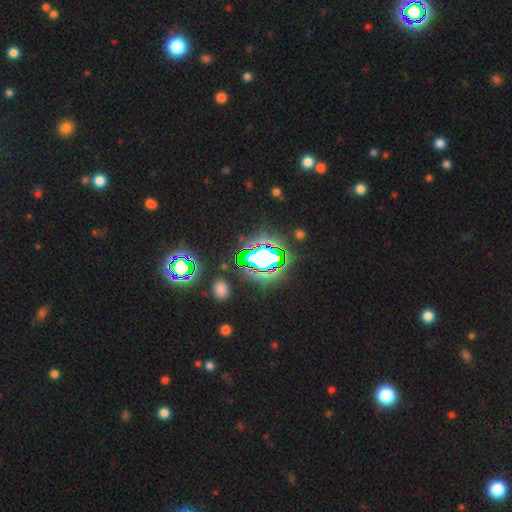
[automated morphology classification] Smooth or featured? star or artifact (75%)